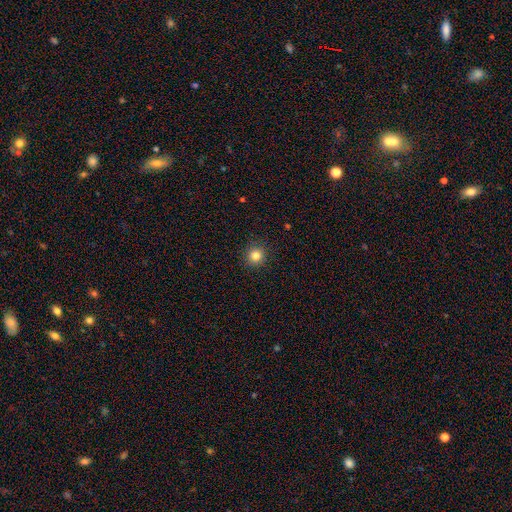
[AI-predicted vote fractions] smooth 82%, star or artifact 12%, featured or disk 6%. Down the decision tree: how rounded — round (93%); merging — none (92%).